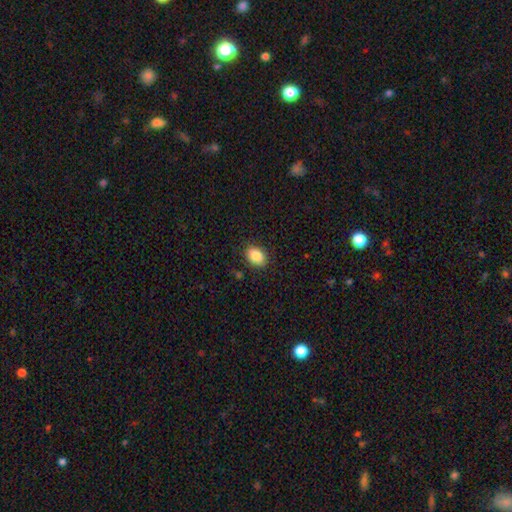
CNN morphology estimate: smooth_or_featured: smooth (p=0.86) [alt: star or artifact p=0.08]
how_rounded: in between (p=0.75) [alt: round p=0.24]
merging: none (p=0.87) [alt: minor disturbance p=0.10]